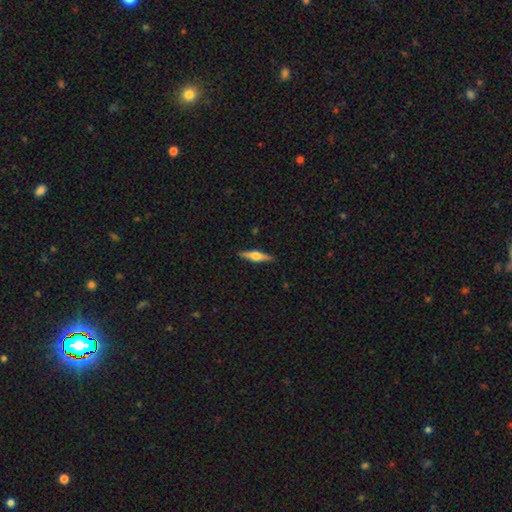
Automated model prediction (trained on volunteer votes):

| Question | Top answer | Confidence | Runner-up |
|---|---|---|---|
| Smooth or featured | featured or disk | 70% | smooth (25%) |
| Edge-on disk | yes | 98% | no (2%) |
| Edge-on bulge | rounded | 92% | boxy (6%) |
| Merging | none | 90% | minor disturbance (7%) |